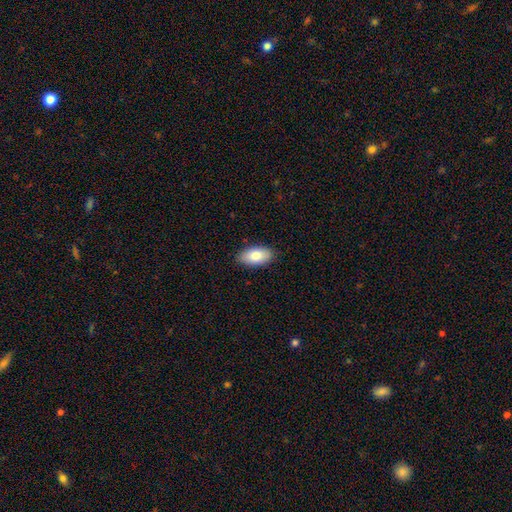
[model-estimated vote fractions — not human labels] Q: Smooth or featured?
A: smooth (83%); runner-up: featured or disk (10%)
Q: How rounded?
A: in between (94%); runner-up: cigar-shaped (3%)
Q: Merging?
A: none (88%); runner-up: minor disturbance (9%)